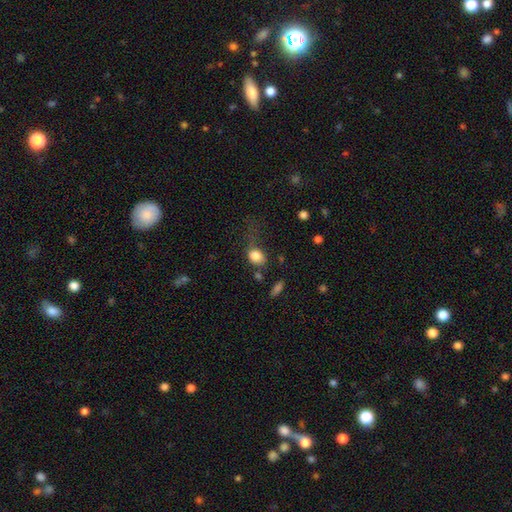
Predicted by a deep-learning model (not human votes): Q: Smooth or featured?
A: smooth (83%); runner-up: star or artifact (9%)
Q: How rounded?
A: in between (53%); runner-up: round (46%)
Q: Merging?
A: none (41%); runner-up: minor disturbance (26%)